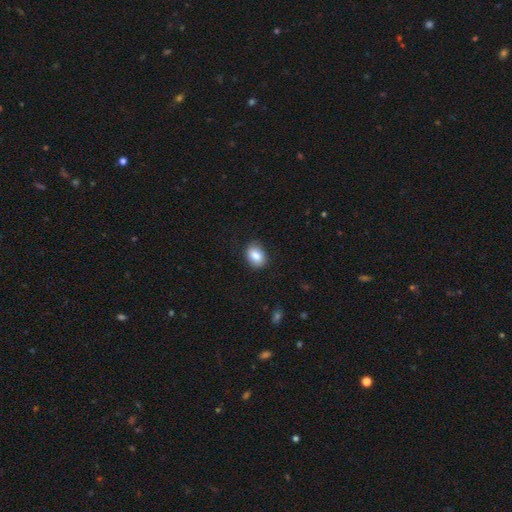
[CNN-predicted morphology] smooth-or-featured: smooth: 84% | star or artifact: 8% | featured or disk: 8%
  how-rounded: in between: 68% | round: 31% | cigar-shaped: 1%
  merging: none: 83% | minor disturbance: 13% | major disturbance: 3% | merger: 1%